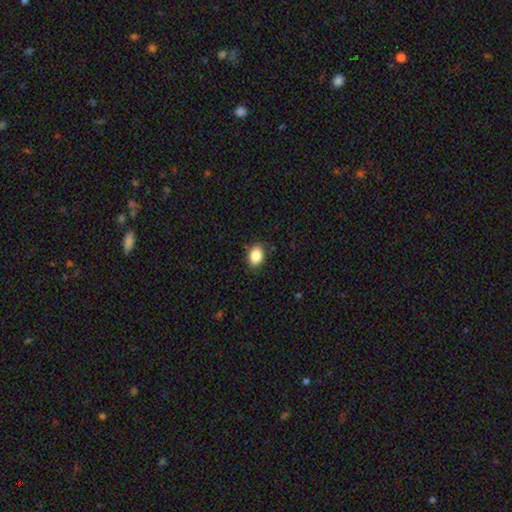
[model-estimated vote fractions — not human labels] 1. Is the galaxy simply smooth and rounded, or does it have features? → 87% smooth, 9% star or artifact, 5% featured or disk.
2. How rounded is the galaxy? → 71% in between, 28% round, 1% cigar-shaped.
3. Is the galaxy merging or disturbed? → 85% none, 12% minor disturbance, 2% major disturbance, 1% merger.